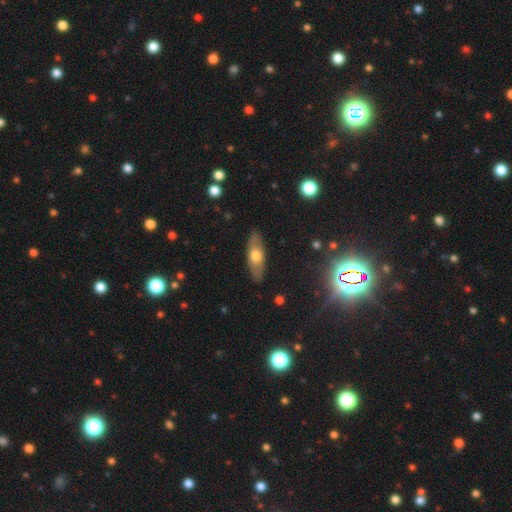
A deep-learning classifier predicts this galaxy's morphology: A smooth galaxy with no disk features (53%) that is in between round and cigar-shaped (63%). Merging: none (86%).